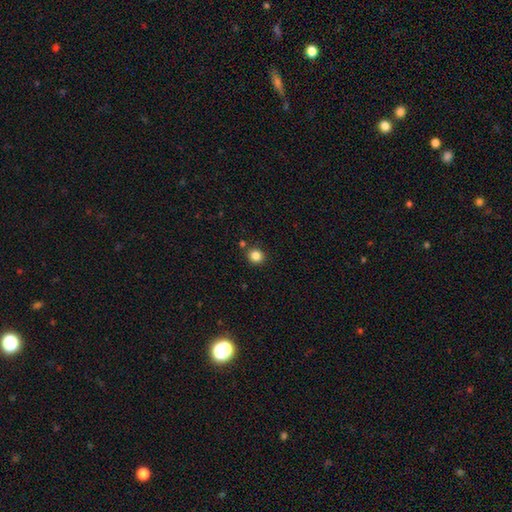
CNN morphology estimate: The model was most divided on "smooth or featured": smooth: 85%, star or artifact: 11%, featured or disk: 4%. More confident: how rounded — round (87%); merging — none (85%).